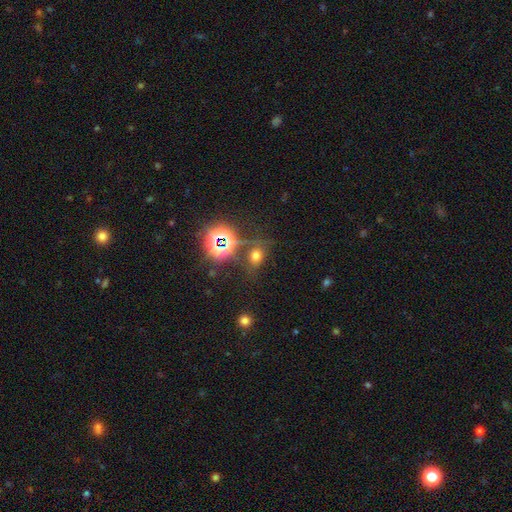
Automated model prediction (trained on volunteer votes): Smooth or featured?
  - smooth: 55% *
  - star or artifact: 36%
  - featured or disk: 9%
How rounded?
  - in between: 60% *
  - round: 38%
  - cigar-shaped: 2%
Merging?
  - none: 70% *
  - minor disturbance: 14%
  - merger: 8%
  - major disturbance: 8%